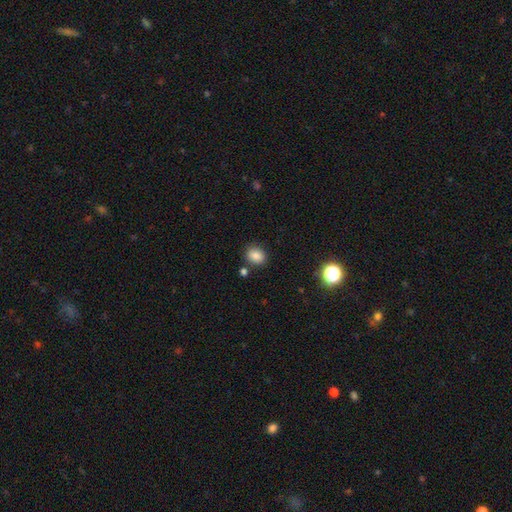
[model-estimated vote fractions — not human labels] Q: Smooth or featured?
A: smooth (84%); runner-up: star or artifact (11%)
Q: How rounded?
A: in between (50%); runner-up: round (49%)
Q: Merging?
A: none (81%); runner-up: minor disturbance (11%)